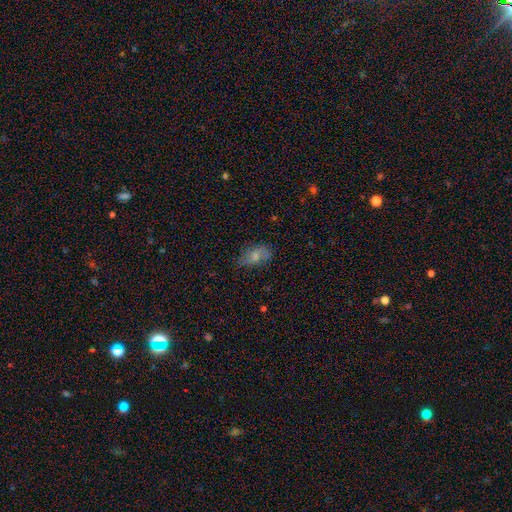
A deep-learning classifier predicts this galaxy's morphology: Smooth or featured? smooth (66%)
How rounded? in between (87%)
Merging? none (61%)